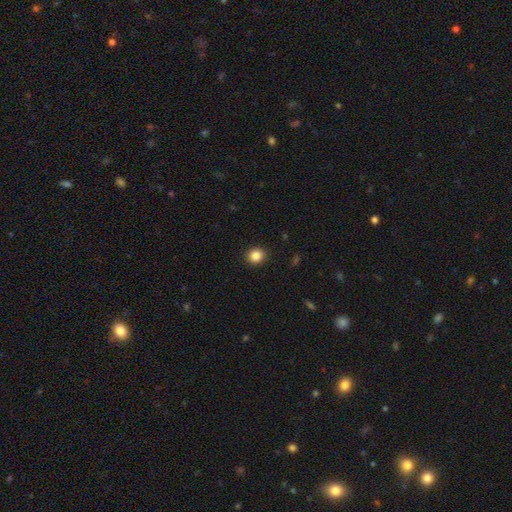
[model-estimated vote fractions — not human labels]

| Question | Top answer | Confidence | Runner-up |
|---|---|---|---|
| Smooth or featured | smooth | 86% | star or artifact (10%) |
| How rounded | round | 84% | in between (15%) |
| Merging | none | 91% | minor disturbance (6%) |